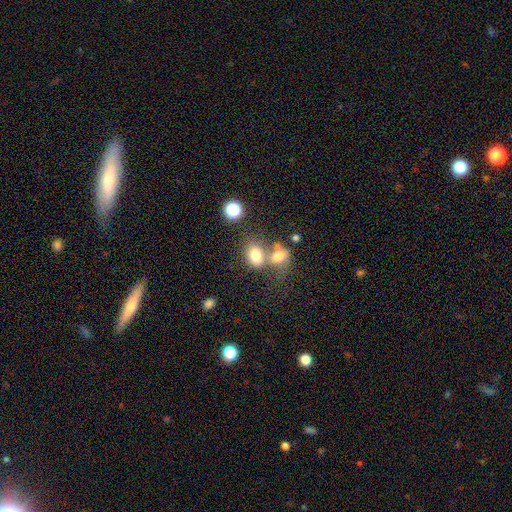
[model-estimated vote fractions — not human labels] smooth_or_featured: smooth (p=0.76) [alt: featured or disk p=0.12]
how_rounded: in between (p=0.68) [alt: round p=0.31]
merging: merger (p=0.48) [alt: none p=0.34]